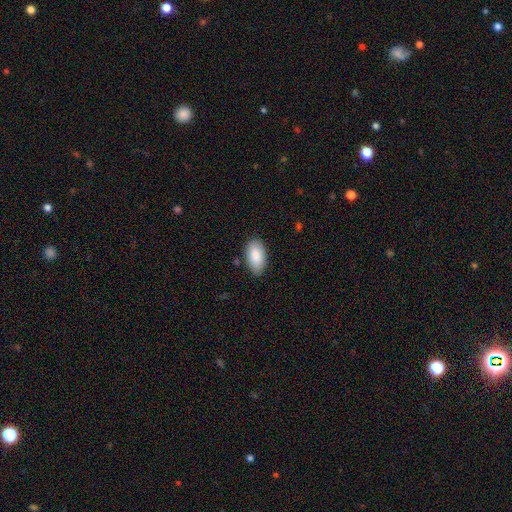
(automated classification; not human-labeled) Smooth or featured? smooth (88%)
How rounded? in between (95%)
Merging? none (83%)